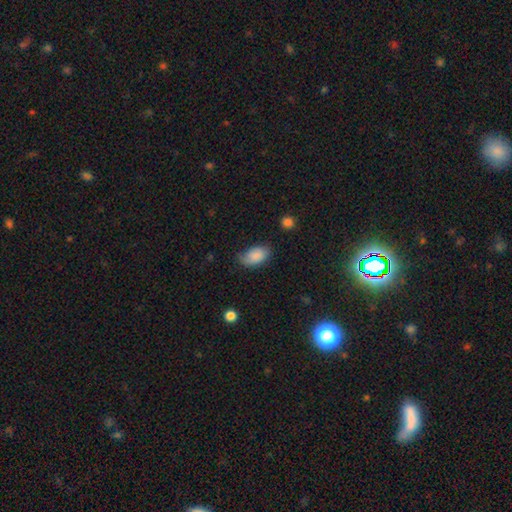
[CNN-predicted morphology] type=smooth (86%); roundness=in between (93%); merging=none (67%).